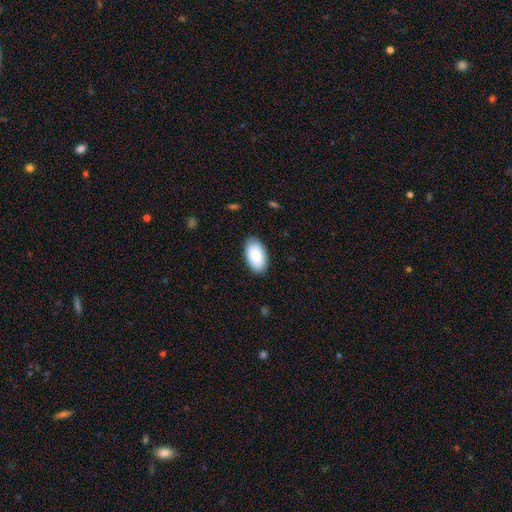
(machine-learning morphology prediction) Smooth or featured?
  - smooth: 87% *
  - featured or disk: 7%
  - star or artifact: 6%
How rounded?
  - in between: 96% *
  - round: 3%
  - cigar-shaped: 1%
Merging?
  - none: 87% *
  - minor disturbance: 10%
  - major disturbance: 2%
  - merger: 1%